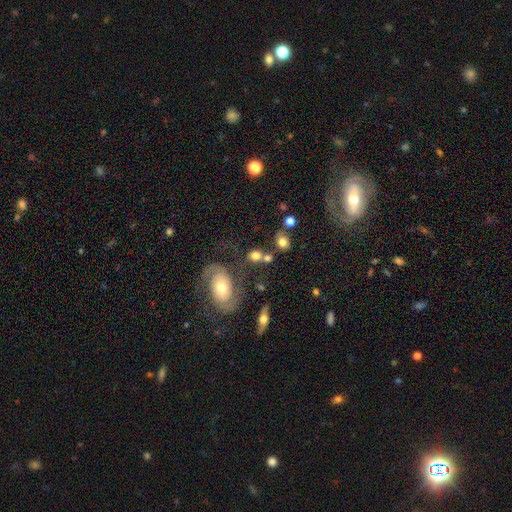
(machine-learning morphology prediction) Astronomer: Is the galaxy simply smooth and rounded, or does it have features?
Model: smooth — 64%.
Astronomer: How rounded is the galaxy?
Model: round — 63%.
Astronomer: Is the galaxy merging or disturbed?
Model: none — 55%.